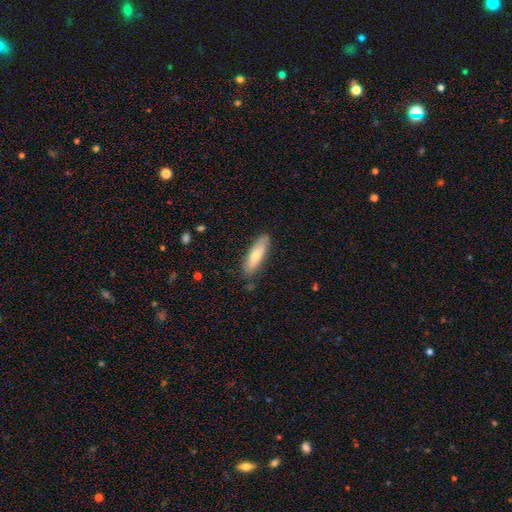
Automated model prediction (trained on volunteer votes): Smooth or featured? Predicted: smooth (p=0.65). How rounded? Predicted: in between (p=0.49, tied with cigar-shaped). Merging? Predicted: none (p=0.83).